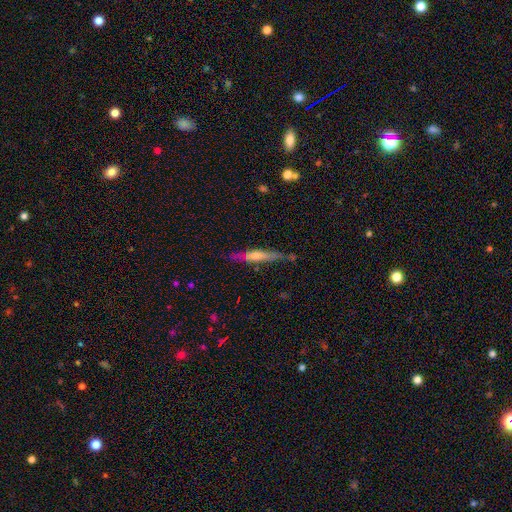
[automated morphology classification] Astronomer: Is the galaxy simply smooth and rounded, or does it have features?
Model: featured or disk — 70%.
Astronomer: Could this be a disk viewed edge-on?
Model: yes — 96%.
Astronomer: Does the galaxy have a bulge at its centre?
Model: rounded — 73%.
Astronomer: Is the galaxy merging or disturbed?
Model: none — 85%.